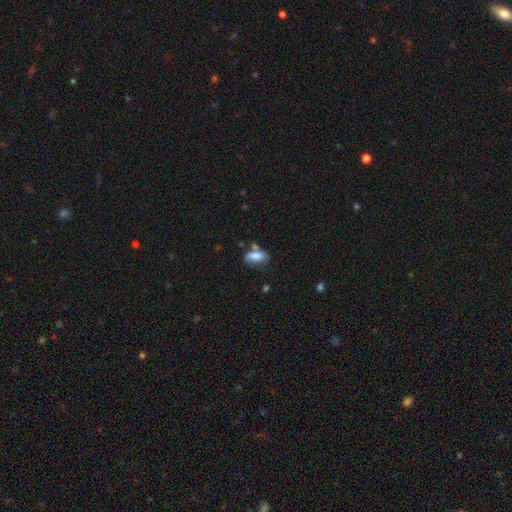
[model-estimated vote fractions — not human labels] smooth 77%, featured or disk 14%, star or artifact 9%. Down the decision tree: how rounded — in between (87%); merging — none (43%).